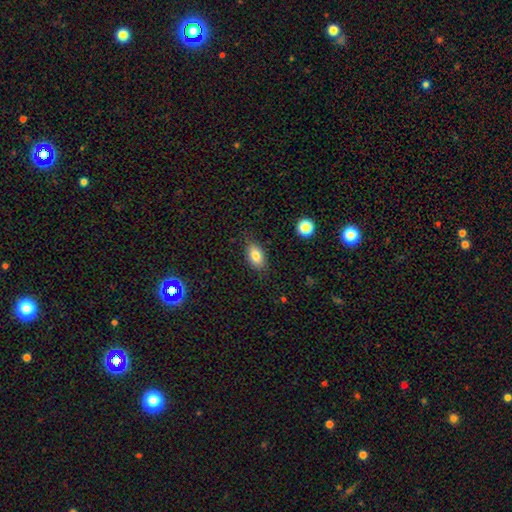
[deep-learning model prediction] Morphology: type=smooth (81%); roundness=in between (89%); merging=none (82%).